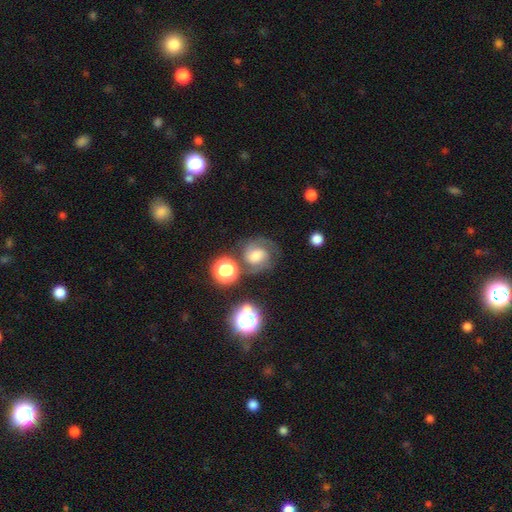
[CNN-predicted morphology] This appears to be a featured or disk galaxy (67%) with no bar (50%), 2 (79%) medium (49%) spiral arms (94%) and a moderate central bulge (44%). Merging: none (64%).